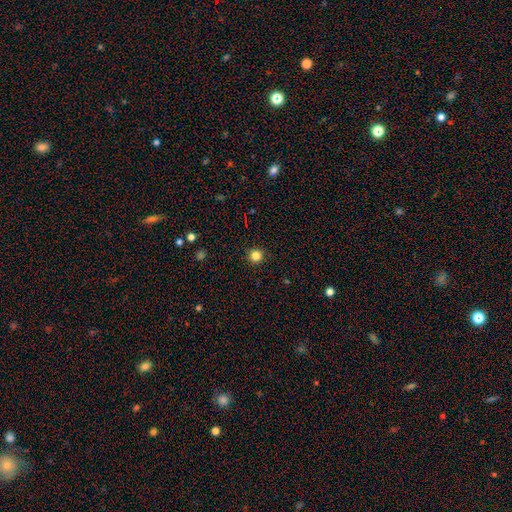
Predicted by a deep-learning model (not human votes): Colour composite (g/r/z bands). It shows a smooth galaxy with no disk features (83%) that is round (94%). Merging: none (92%).